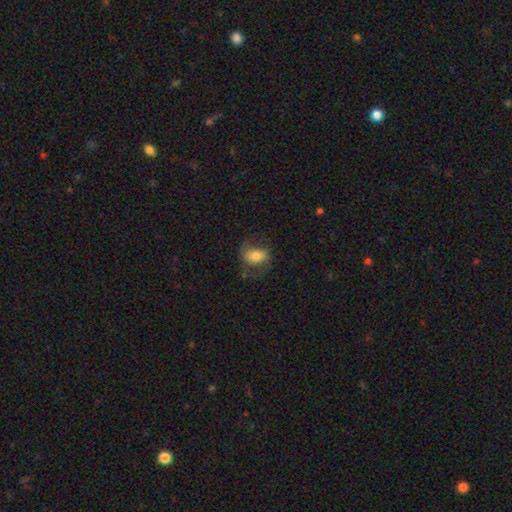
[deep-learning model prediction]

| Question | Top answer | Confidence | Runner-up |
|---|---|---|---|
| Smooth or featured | smooth | 62% | featured or disk (30%) |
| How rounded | in between | 73% | round (25%) |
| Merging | none | 62% | minor disturbance (21%) |